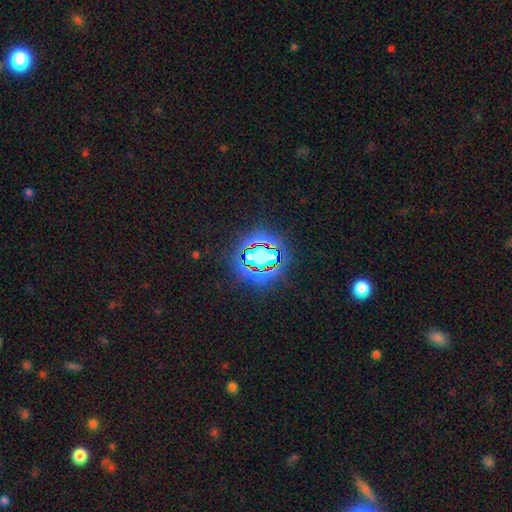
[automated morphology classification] Overall: star or artifact (71%).